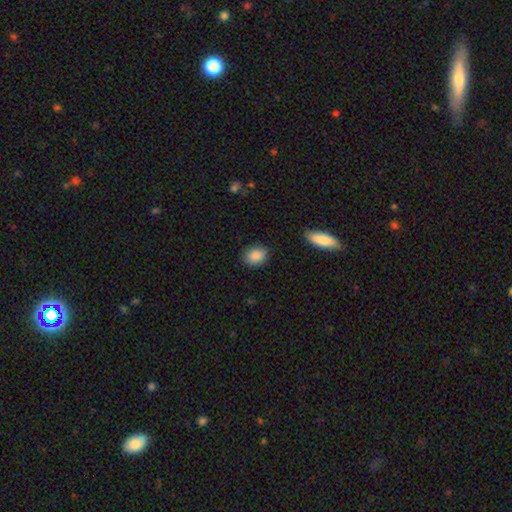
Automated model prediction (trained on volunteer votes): Smooth or featured: smooth — 88% (star or artifact — 7%)
How rounded: in between — 54% (round — 44%)
Merging: none — 84% (minor disturbance — 11%)